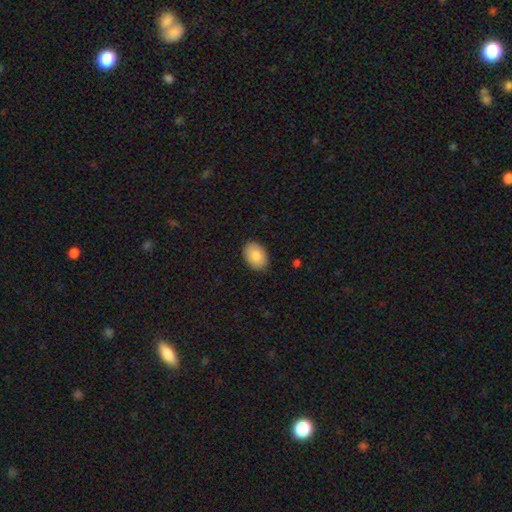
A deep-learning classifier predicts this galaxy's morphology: Smooth or featured? Predicted: smooth (p=0.85). How rounded? Predicted: in between (p=0.81). Merging? Predicted: none (p=0.88).